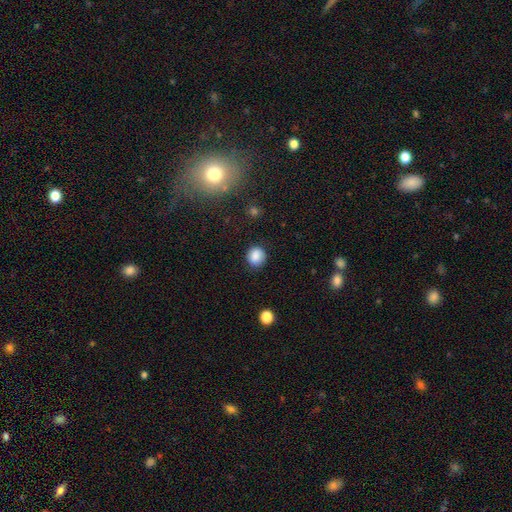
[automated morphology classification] Smooth or featured? smooth (85%)
How rounded? round (80%)
Merging? none (85%)